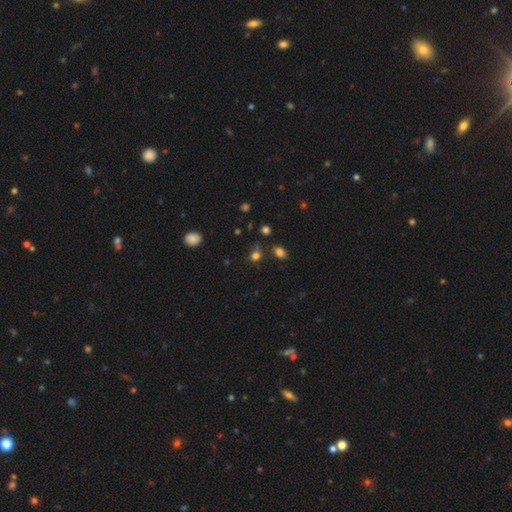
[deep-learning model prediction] The model was most divided on "how rounded": round: 69%, in between: 30%, cigar-shaped: 2%. More confident: smooth or featured — smooth (74%); merging — none (64%).